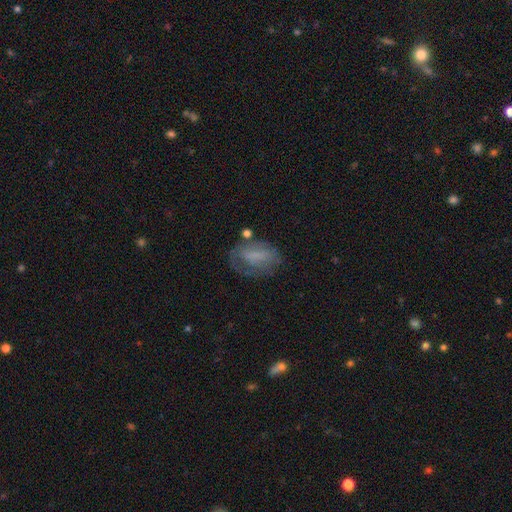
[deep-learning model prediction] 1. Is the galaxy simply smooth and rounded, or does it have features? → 50% smooth, 40% featured or disk, 10% star or artifact.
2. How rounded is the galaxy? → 82% in between, 13% round, 5% cigar-shaped.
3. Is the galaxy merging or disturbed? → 49% none, 25% minor disturbance, 22% major disturbance, 4% merger.